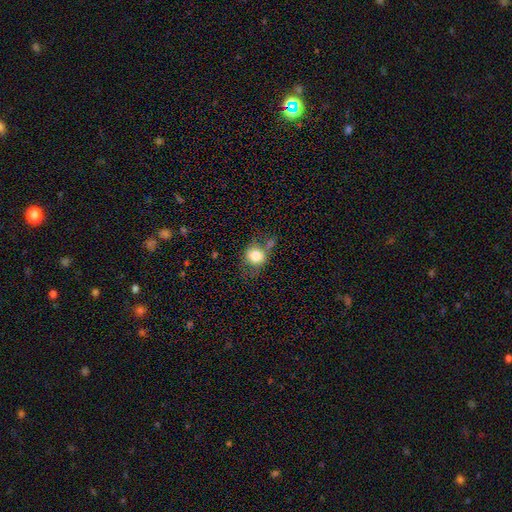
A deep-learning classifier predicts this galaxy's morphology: A smooth galaxy with no disk features (76%) that is round (74%).

Vote fractions:
- Smooth or featured? smooth: 76% / featured or disk: 15% / star or artifact: 9%
- How rounded? round: 74% / in between: 25% / cigar-shaped: 1%
- Merging? none: 51% / minor disturbance: 23% / merger: 14% / major disturbance: 12%